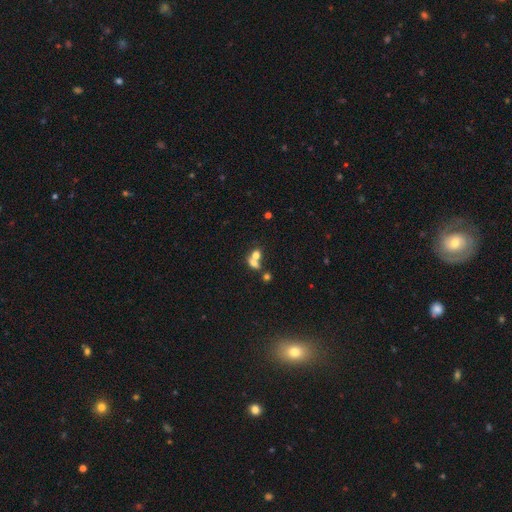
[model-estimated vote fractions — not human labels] This appears to be a smooth galaxy with no disk features (67%) that is in between round and cigar-shaped (50%). Merging: merger (64%).